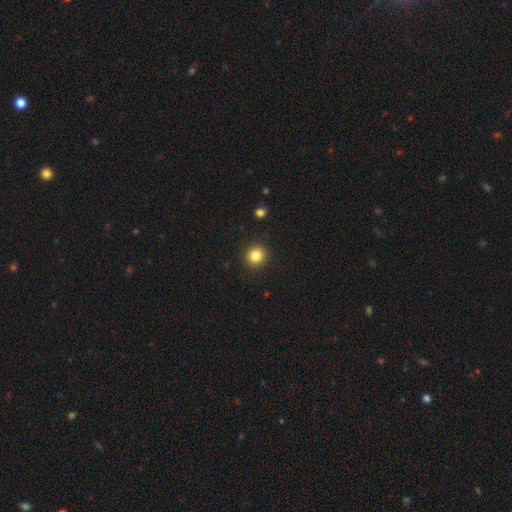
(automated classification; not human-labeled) A smooth galaxy with no disk features (84%) that is round (92%).

Vote fractions:
- Smooth or featured? smooth: 84% / star or artifact: 11% / featured or disk: 5%
- How rounded? round: 92% / in between: 7% / cigar-shaped: 1%
- Merging? none: 92% / minor disturbance: 5% / major disturbance: 2% / merger: 1%